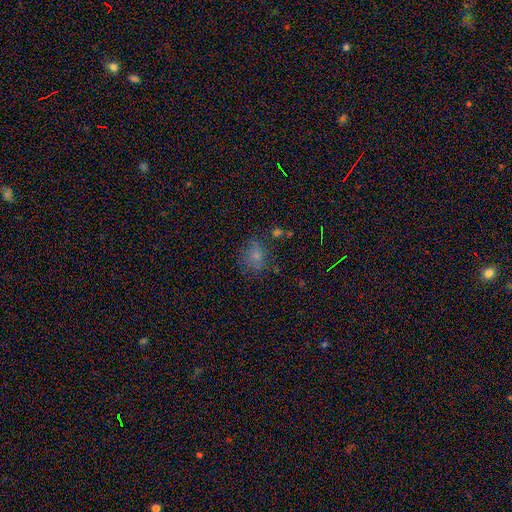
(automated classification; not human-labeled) Smooth or featured?
  - smooth: 67% *
  - star or artifact: 19%
  - featured or disk: 13%
How rounded?
  - round: 50% *
  - in between: 48%
  - cigar-shaped: 2%
Merging?
  - none: 63% *
  - minor disturbance: 21%
  - major disturbance: 11%
  - merger: 4%